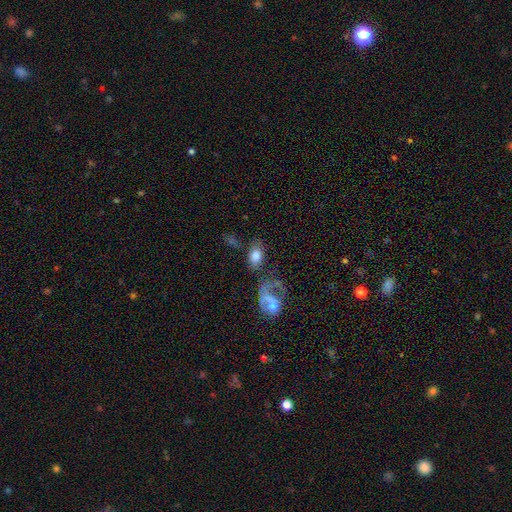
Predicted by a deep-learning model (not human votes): This appears to be a smooth galaxy with no disk features (71%) that is in between round and cigar-shaped (83%). Merging: none (40%).